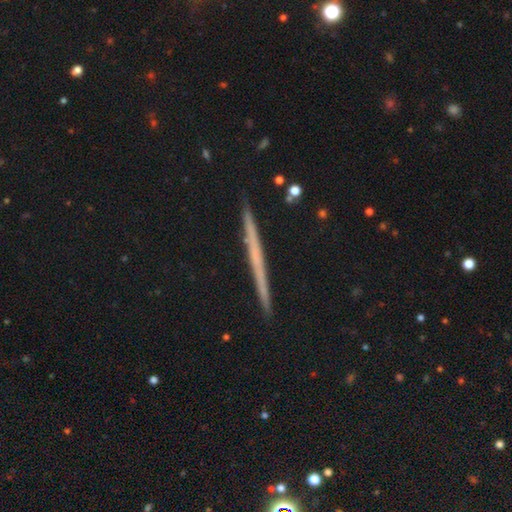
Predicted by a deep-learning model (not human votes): A featured or disk galaxy (57%) viewed edge-on (98%) with no central bulge (91%). Merging: none (92%).